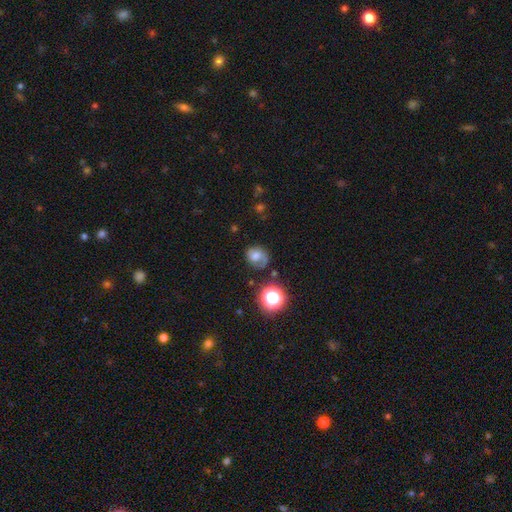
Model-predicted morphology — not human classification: Overall: smooth (54%; featured or disk 32%). How rounded: round (65%; in between 34%). Merging: none (54%; minor disturbance 24%).